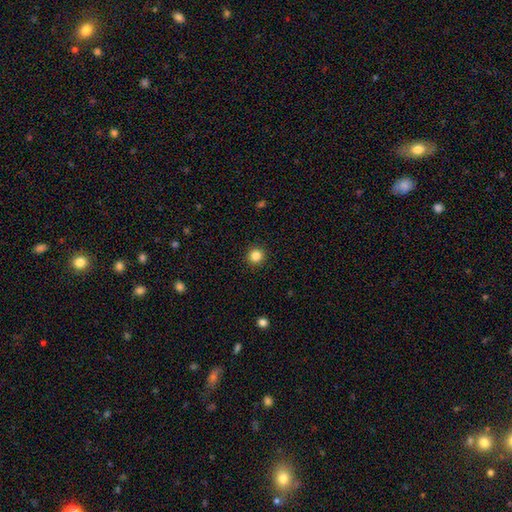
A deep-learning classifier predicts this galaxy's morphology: Smooth or featured?
  - smooth: 84% *
  - star or artifact: 12%
  - featured or disk: 4%
How rounded?
  - round: 95% *
  - in between: 4%
  - cigar-shaped: 1%
Merging?
  - none: 93% *
  - minor disturbance: 4%
  - major disturbance: 2%
  - merger: 1%